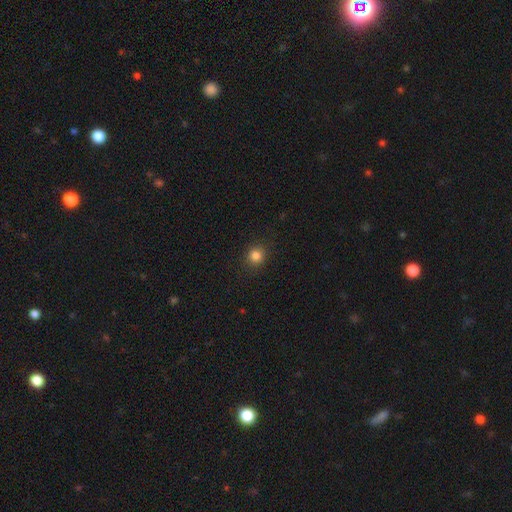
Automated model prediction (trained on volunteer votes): Q: Smooth or featured?
A: smooth (83%); runner-up: star or artifact (12%)
Q: How rounded?
A: round (87%); runner-up: in between (12%)
Q: Merging?
A: none (90%); runner-up: minor disturbance (7%)